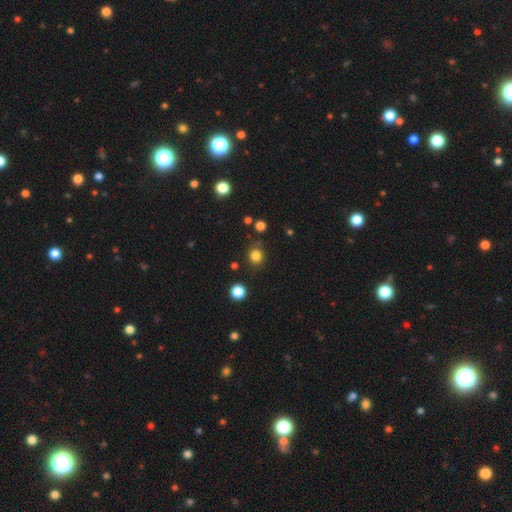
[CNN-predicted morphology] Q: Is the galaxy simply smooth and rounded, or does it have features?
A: smooth — 81%.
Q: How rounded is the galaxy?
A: round — 85%.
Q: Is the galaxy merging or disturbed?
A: none — 83%.